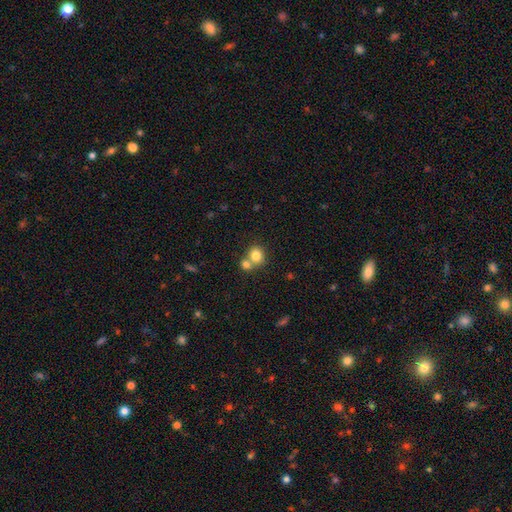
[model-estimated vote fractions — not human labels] A smooth galaxy with no disk features (81%) that is round (78%).

Vote fractions:
- Smooth or featured? smooth: 81% / star or artifact: 10% / featured or disk: 9%
- How rounded? round: 78% / in between: 21% / cigar-shaped: 1%
- Merging? none: 46% / merger: 44% / minor disturbance: 7% / major disturbance: 2%